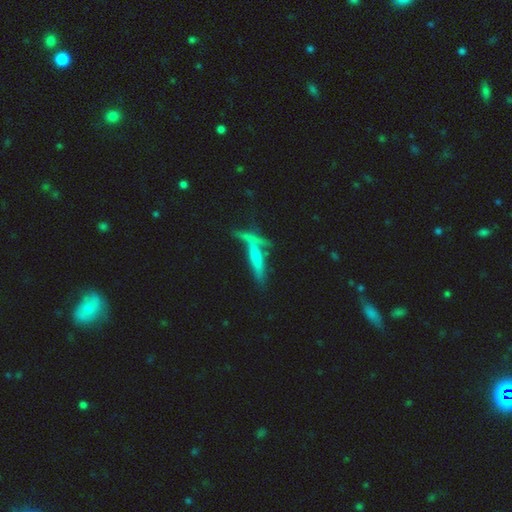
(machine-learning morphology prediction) Smooth or featured? Predicted: featured or disk (p=0.51). Edge-on disk? Predicted: yes (p=0.83). Merging? Predicted: none (p=0.47).